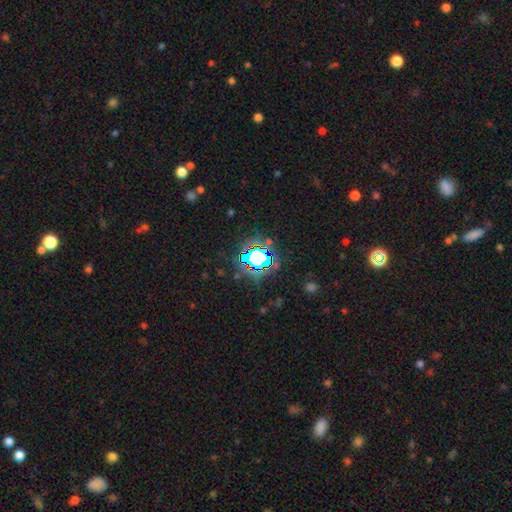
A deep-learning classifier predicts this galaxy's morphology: Smooth or featured?
  - star or artifact: 75% *
  - smooth: 16%
  - featured or disk: 9%